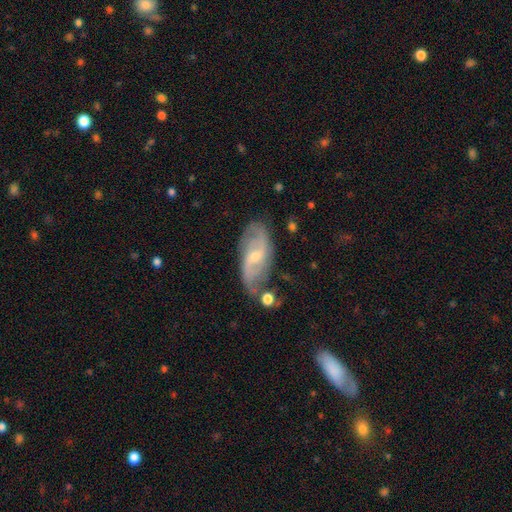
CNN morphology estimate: Smooth or featured? featured or disk (79%)
Edge-on disk? no (94%)
Bar? weak (53%)
Spiral arms? yes (93%)
Spiral winding? medium (42%)
Spiral arm count? 2 (73%)
Bulge size? small (56%)
Merging? none (68%)